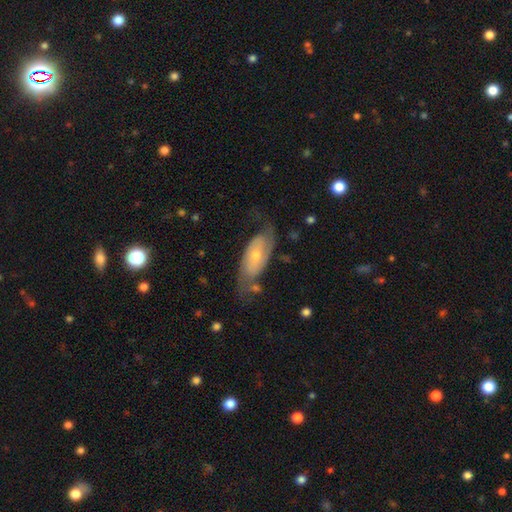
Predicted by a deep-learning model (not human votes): A featured or disk galaxy (64%) with no bar (69%), spiral arms (83%) and a small central bulge (53%). Merging: none (58%).